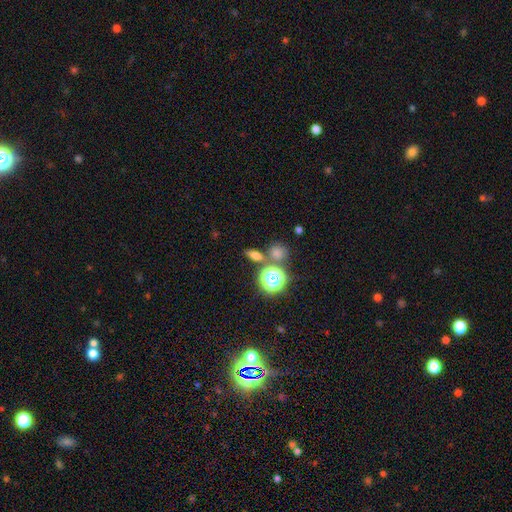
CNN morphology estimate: The model was most divided on "how rounded": in between: 55%, round: 33%, cigar-shaped: 12%. More confident: merging — none (71%); smooth or featured — smooth (66%).